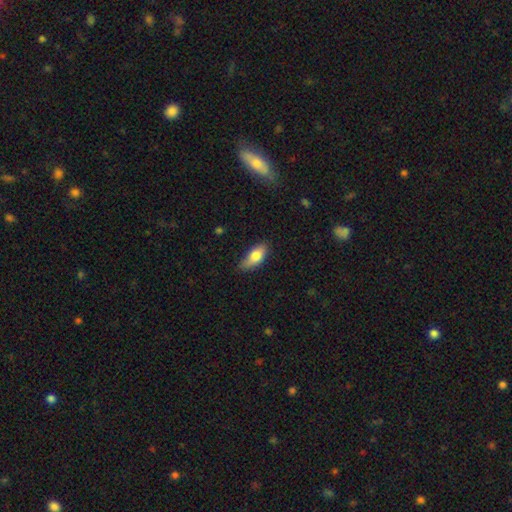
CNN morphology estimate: type=smooth (78%); roundness=in between (82%); merging=none (65%).